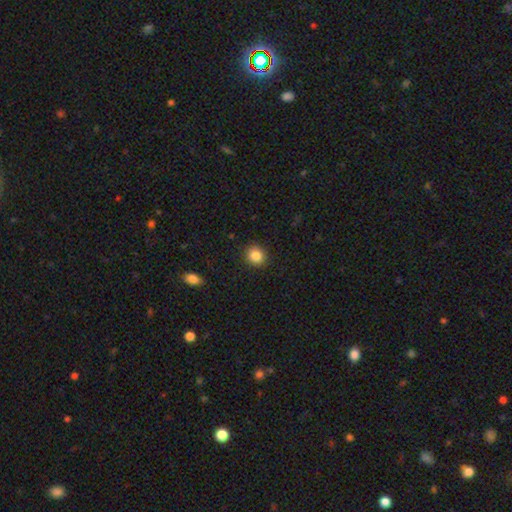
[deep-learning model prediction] Morphology: type=smooth (85%); roundness=round (82%); merging=none (91%).